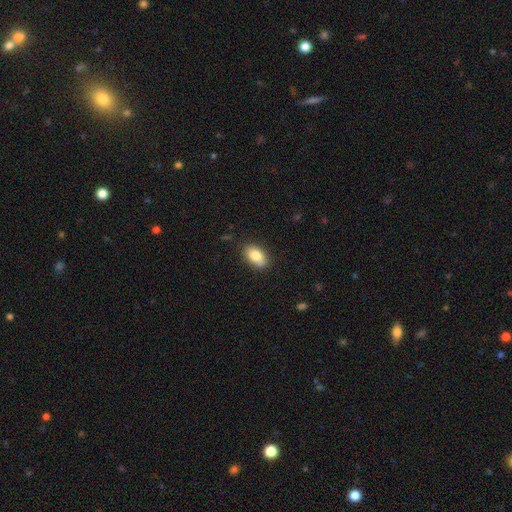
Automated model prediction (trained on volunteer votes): Overall: smooth (82%). How rounded: in between (88%). Merging: none (80%).